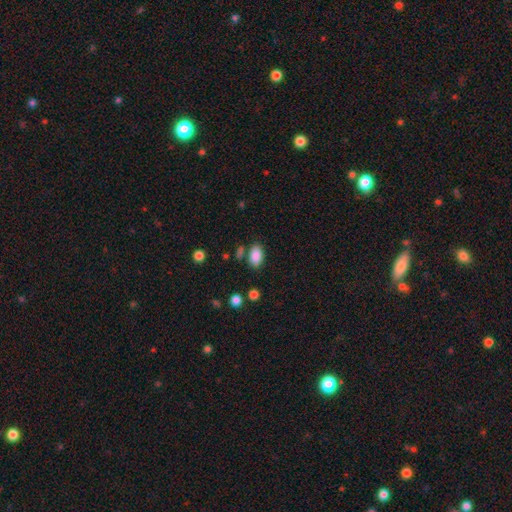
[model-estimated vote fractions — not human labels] This is clearly a smooth galaxy (87%). How rounded: clearly in between (91%). Merging: likely none (76%).